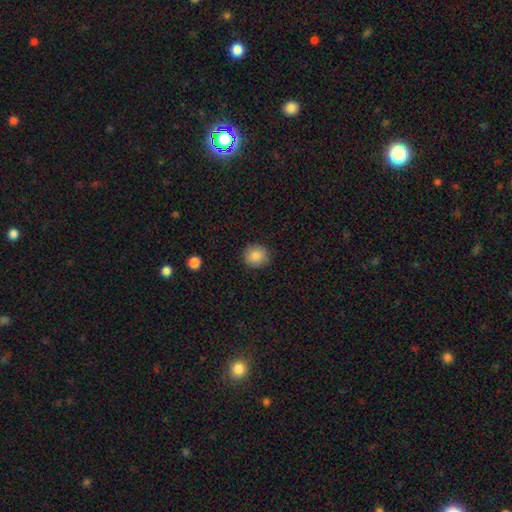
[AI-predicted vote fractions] The model was most divided on "how rounded": round: 83%, in between: 16%, cigar-shaped: 1%. More confident: merging — none (89%); smooth or featured — smooth (86%).